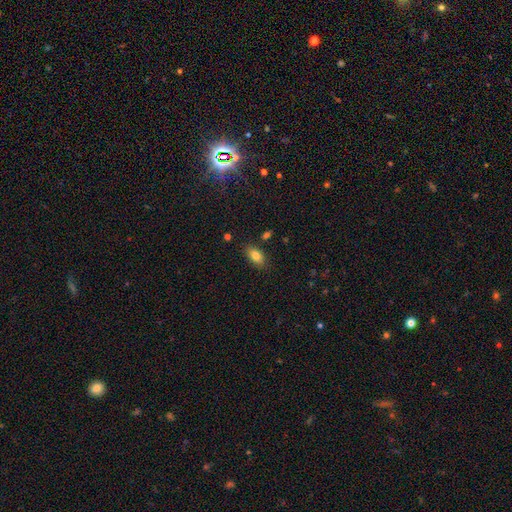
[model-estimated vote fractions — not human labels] Smooth or featured: smooth — 79% (featured or disk — 12%)
How rounded: in between — 89% (round — 7%)
Merging: none — 84% (minor disturbance — 11%)